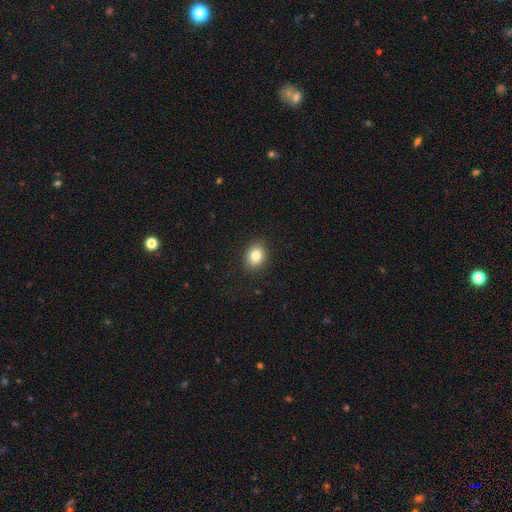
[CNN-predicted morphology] A smooth galaxy with no disk features (84%) that is in between round and cigar-shaped (53%). Merging: none (88%).